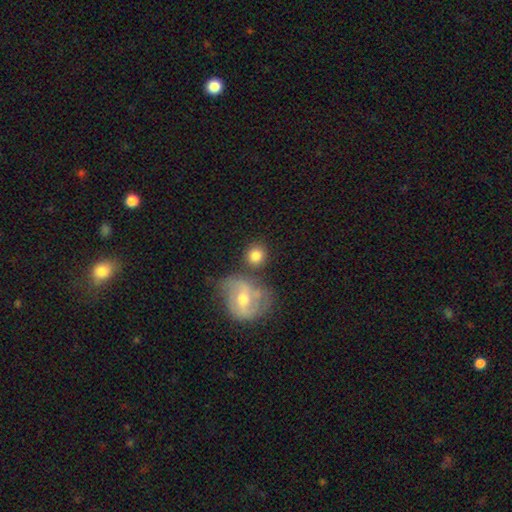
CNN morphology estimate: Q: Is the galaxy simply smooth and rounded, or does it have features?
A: smooth — 80%.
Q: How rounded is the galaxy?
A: round — 86%.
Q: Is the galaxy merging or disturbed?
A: none — 69%.